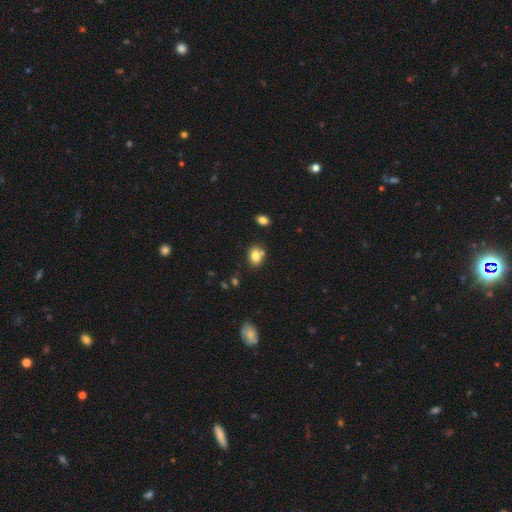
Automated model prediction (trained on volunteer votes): Smooth or featured? Predicted: smooth (p=0.80). How rounded? Predicted: in between (p=0.57). Merging? Predicted: none (p=0.64).